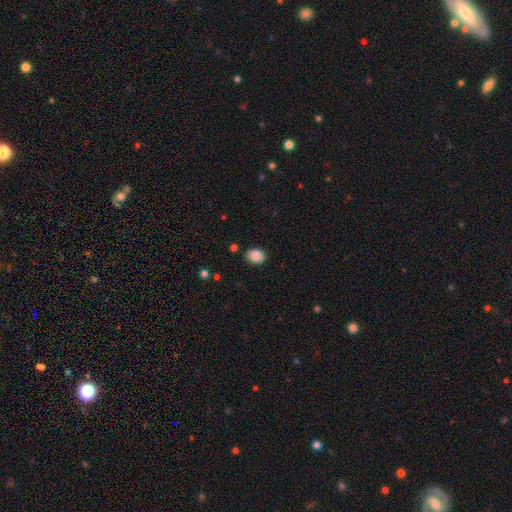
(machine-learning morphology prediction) Smooth or featured: smooth — 88% (star or artifact — 9%)
How rounded: round — 55% (in between — 44%)
Merging: none — 85% (minor disturbance — 10%)